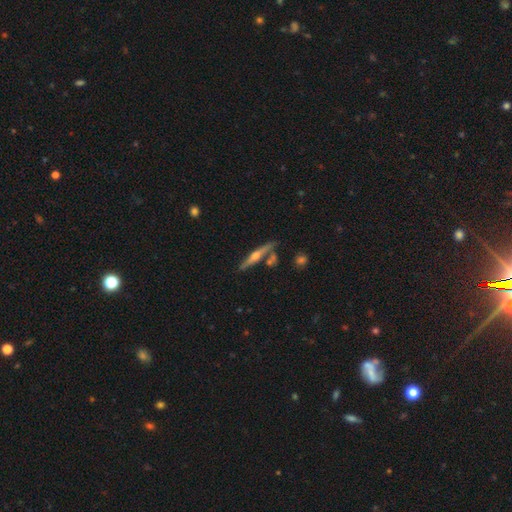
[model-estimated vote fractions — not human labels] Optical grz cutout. It shows a featured or disk galaxy (73%) viewed edge-on (97%) with a rounded central bulge (90%). Merging: none (77%).